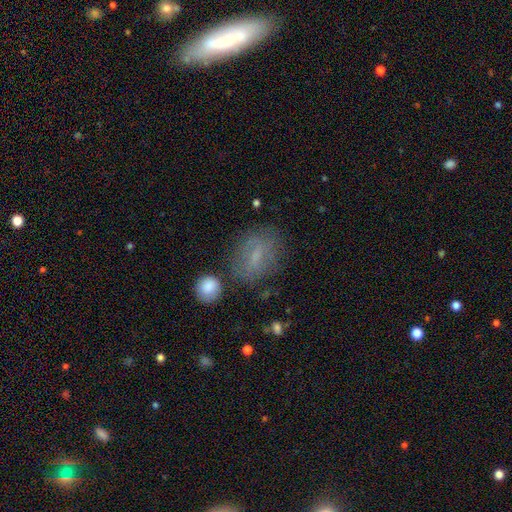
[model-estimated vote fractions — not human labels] This appears to be a smooth galaxy with no disk features (53%) that is in between round and cigar-shaped (69%). Merging: none (66%).